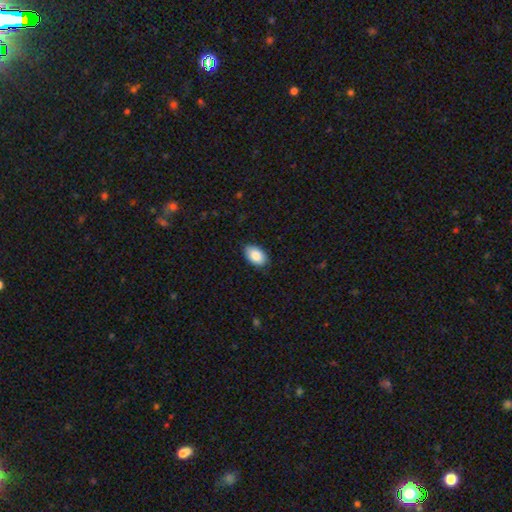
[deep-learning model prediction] smooth-or-featured: smooth: 87% | featured or disk: 6% | star or artifact: 6%
  how-rounded: in between: 93% | round: 6% | cigar-shaped: 1%
  merging: none: 84% | minor disturbance: 13% | major disturbance: 2% | merger: 1%